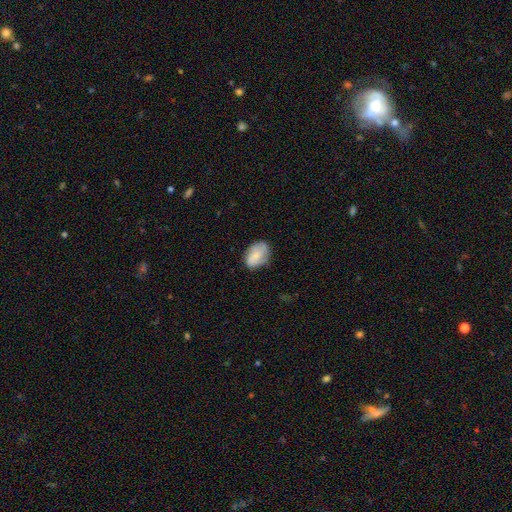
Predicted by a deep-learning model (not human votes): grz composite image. It shows a smooth galaxy with no disk features (65%) that is in between round and cigar-shaped (80%). Merging: none (70%).